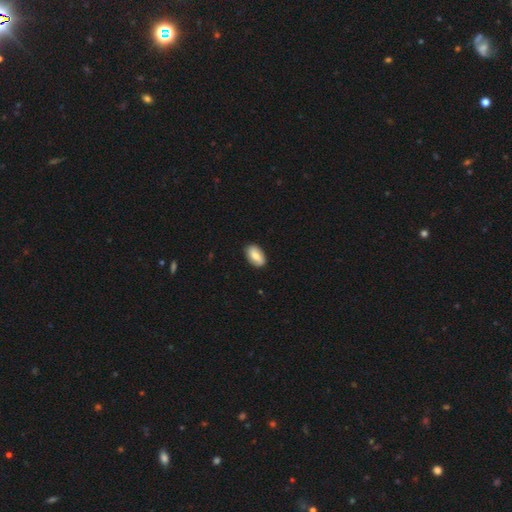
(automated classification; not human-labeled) Smooth or featured? Predicted: smooth (p=0.79). How rounded? Predicted: in between (p=0.93). Merging? Predicted: none (p=0.86).